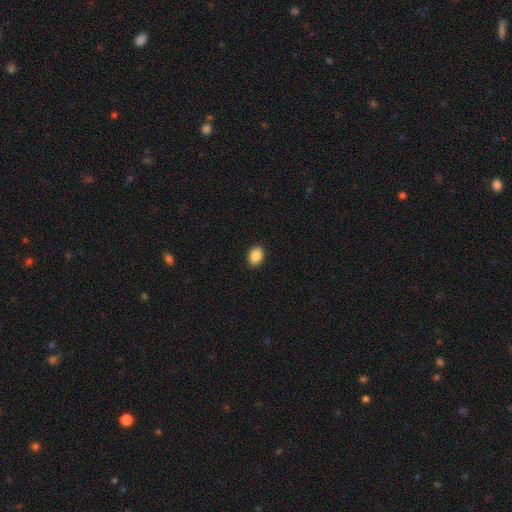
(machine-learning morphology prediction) The model was most divided on "how rounded": in between: 70%, round: 29%, cigar-shaped: 1%. More confident: merging — none (92%); smooth or featured — smooth (89%).